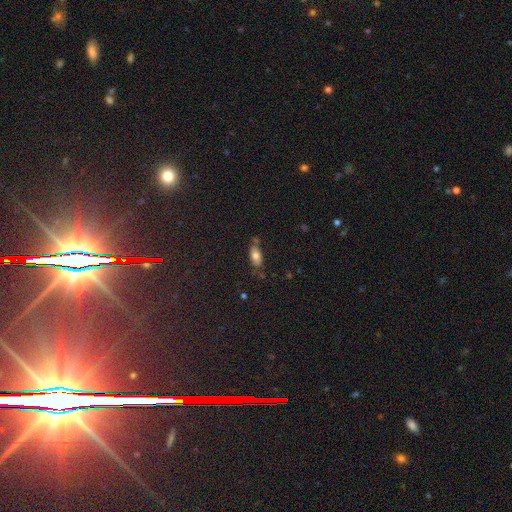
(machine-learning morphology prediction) A smooth galaxy with no disk features (71%) that is in between round and cigar-shaped (85%). Merging: none (64%).